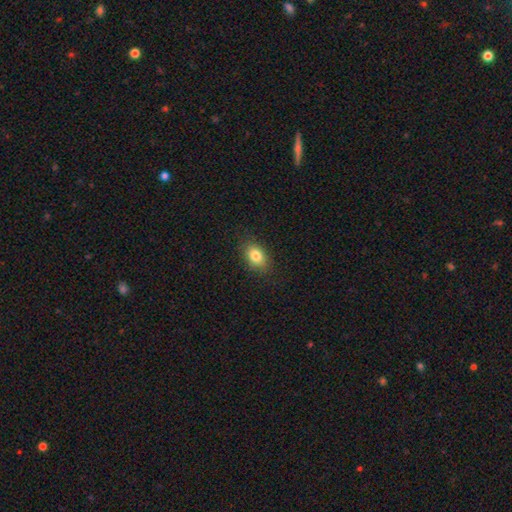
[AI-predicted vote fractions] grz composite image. It shows a smooth galaxy with no disk features (82%) that is in between round and cigar-shaped (79%). Merging: none (85%).